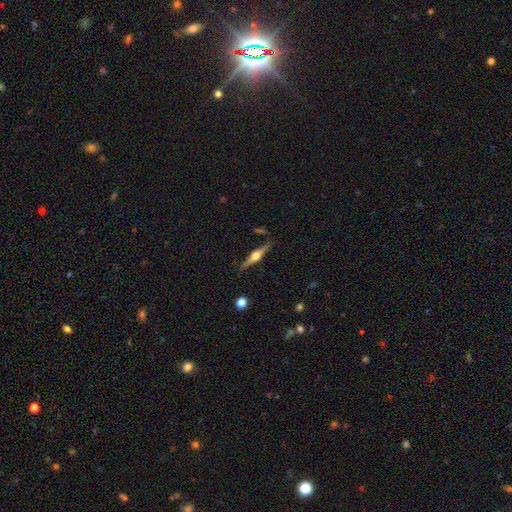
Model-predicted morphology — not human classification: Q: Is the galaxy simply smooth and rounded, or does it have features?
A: featured or disk — 78%.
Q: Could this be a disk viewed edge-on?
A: yes — 98%.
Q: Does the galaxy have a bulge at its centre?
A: rounded — 94%.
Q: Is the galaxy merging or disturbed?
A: none — 87%.